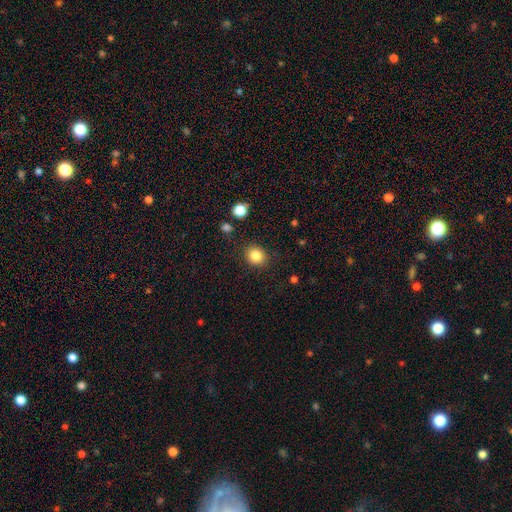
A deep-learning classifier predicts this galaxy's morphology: type=smooth (85%); roundness=round (71%); merging=none (87%).